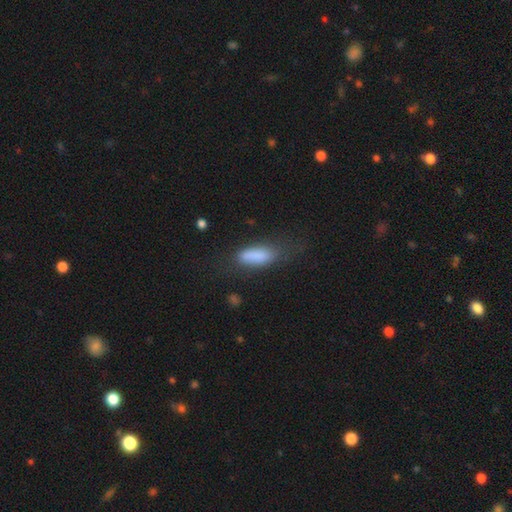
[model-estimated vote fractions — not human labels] Smooth or featured?
  - smooth: 83% *
  - featured or disk: 9%
  - star or artifact: 8%
How rounded?
  - in between: 66% *
  - cigar-shaped: 32%
  - round: 3%
Merging?
  - none: 56% *
  - minor disturbance: 26%
  - major disturbance: 15%
  - merger: 3%